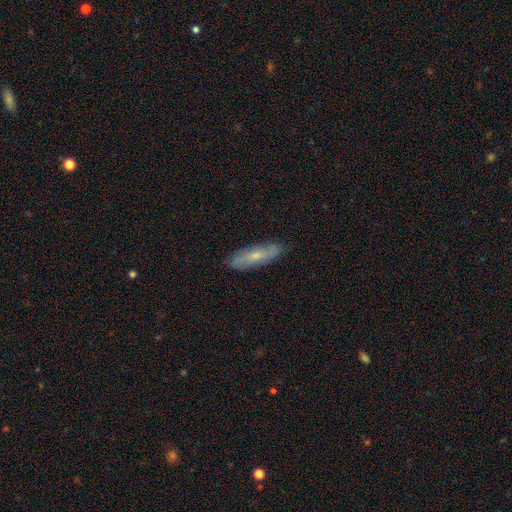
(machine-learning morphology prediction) Overall: smooth (50%; featured or disk 44%). How rounded: cigar-shaped (64%; in between 34%). Merging: none (85%).